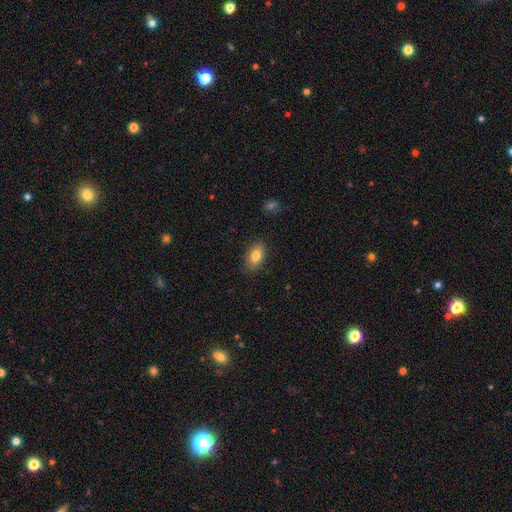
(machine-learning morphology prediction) smooth 82%, featured or disk 11%, star or artifact 7%. Down the decision tree: how rounded — in between (91%); merging — none (85%).